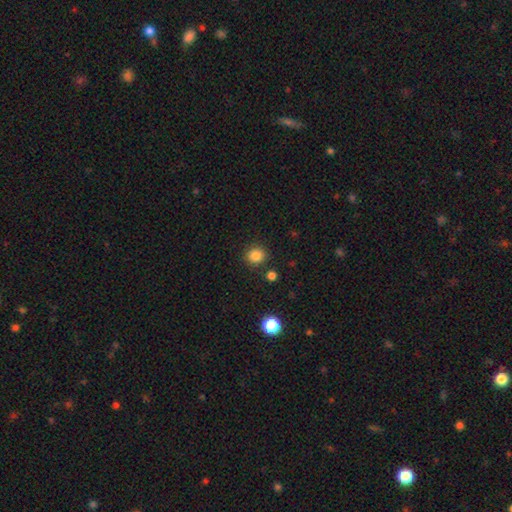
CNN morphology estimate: This appears to be a smooth galaxy with no disk features (84%) that is round (85%). Merging: none (86%).